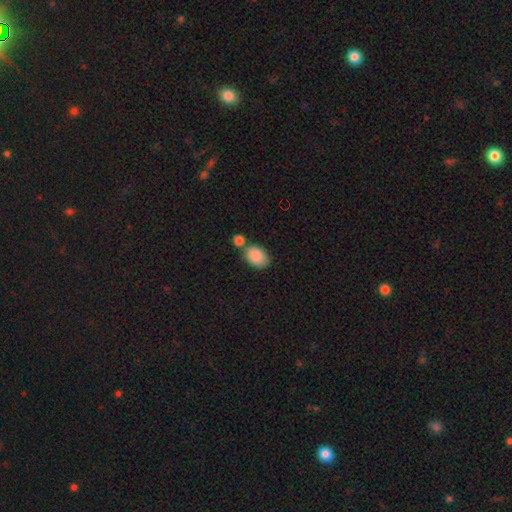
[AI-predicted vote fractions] Morphology: type=smooth (88%); roundness=in between (82%); merging=none (56%).